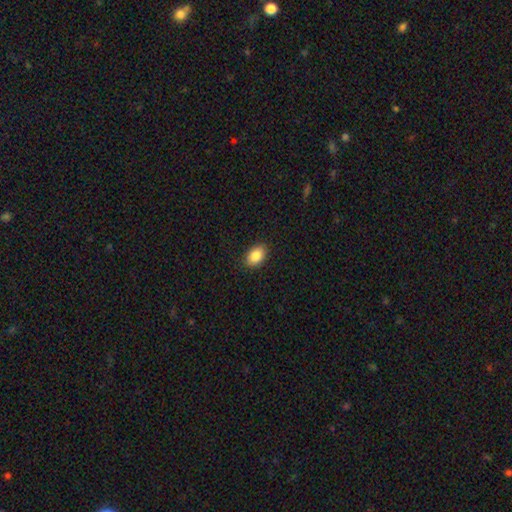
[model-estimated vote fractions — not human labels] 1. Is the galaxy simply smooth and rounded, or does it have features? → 86% smooth, 8% star or artifact, 6% featured or disk.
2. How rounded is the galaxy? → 86% in between, 13% round, 1% cigar-shaped.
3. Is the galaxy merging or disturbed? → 90% none, 8% minor disturbance, 2% major disturbance, 1% merger.